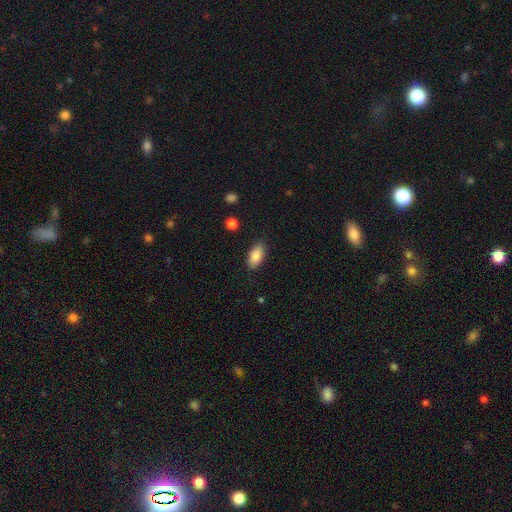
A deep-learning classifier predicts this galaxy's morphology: Overall: smooth (86%). How rounded: in between (91%). Merging: none (84%).